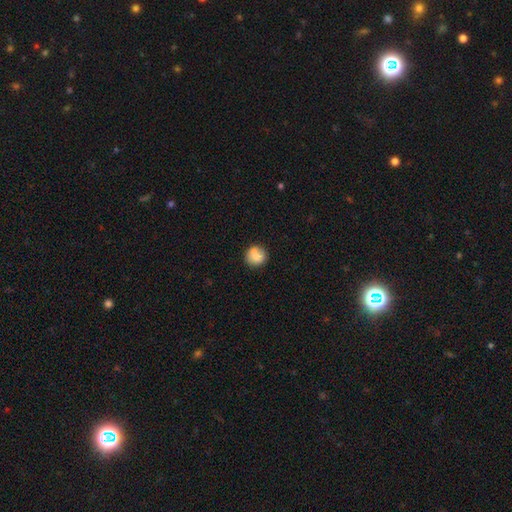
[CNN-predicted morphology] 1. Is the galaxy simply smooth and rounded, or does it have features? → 77% smooth, 15% featured or disk, 8% star or artifact.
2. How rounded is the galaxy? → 88% round, 11% in between, 1% cigar-shaped.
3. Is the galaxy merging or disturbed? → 70% none, 15% minor disturbance, 11% merger, 4% major disturbance.